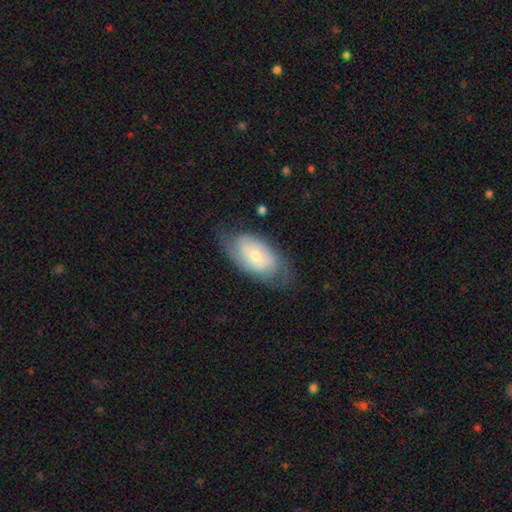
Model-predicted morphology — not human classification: Smooth or featured? smooth (50%)
How rounded? in between (92%)
Merging? none (64%)